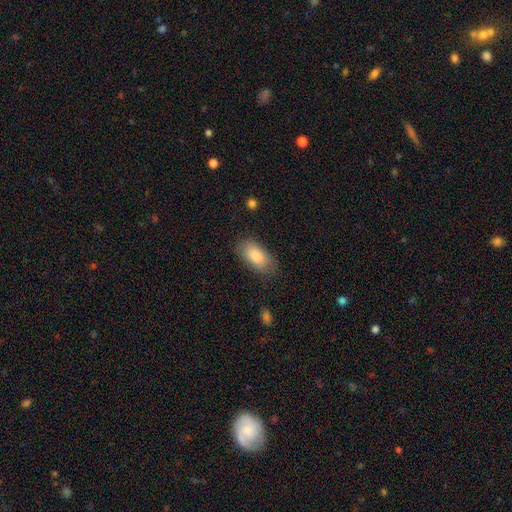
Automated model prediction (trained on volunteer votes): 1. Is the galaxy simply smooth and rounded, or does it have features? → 84% smooth, 9% featured or disk, 7% star or artifact.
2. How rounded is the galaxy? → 91% in between, 5% cigar-shaped, 4% round.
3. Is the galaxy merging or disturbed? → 79% none, 16% minor disturbance, 4% major disturbance, 1% merger.